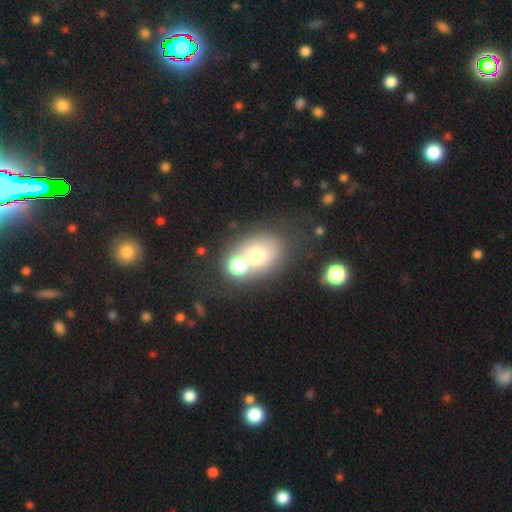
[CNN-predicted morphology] smooth 65%, featured or disk 22%, star or artifact 13%. Down the decision tree: how rounded — in between (57%); merging — merger (43%).